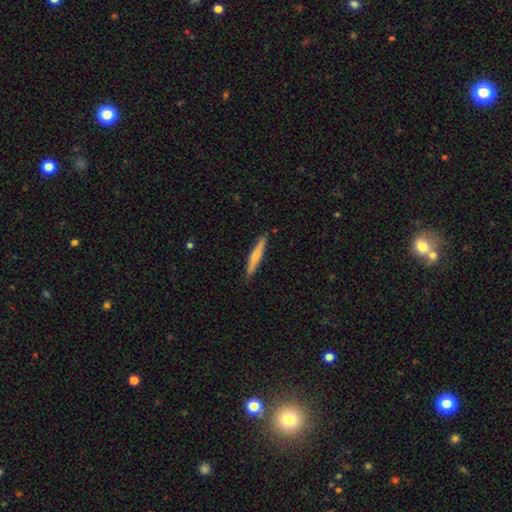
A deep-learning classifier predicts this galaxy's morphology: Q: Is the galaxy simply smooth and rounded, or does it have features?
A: smooth — 64%.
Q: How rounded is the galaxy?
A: cigar-shaped — 94%.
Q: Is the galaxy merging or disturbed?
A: none — 89%.